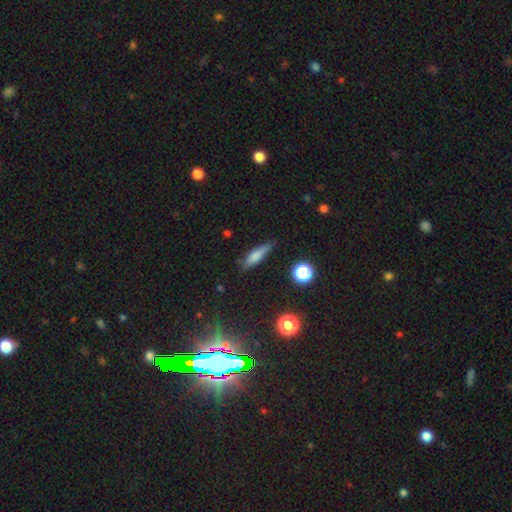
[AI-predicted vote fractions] A smooth galaxy with no disk features (68%) that is cigar-shaped (67%). Merging: none (74%).